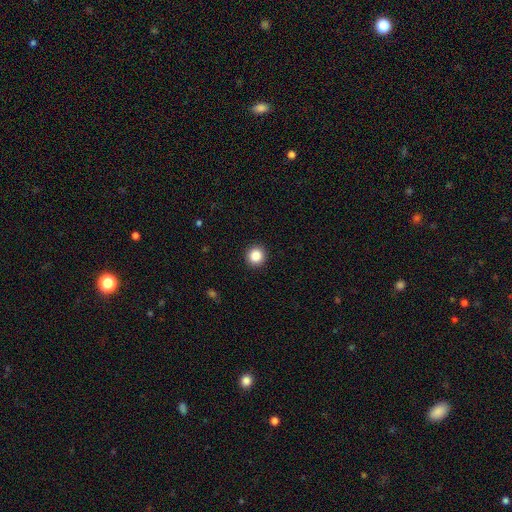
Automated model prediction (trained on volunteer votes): Smooth or featured: smooth — 87% (star or artifact — 10%)
How rounded: round — 94% (in between — 5%)
Merging: none — 93% (minor disturbance — 5%)